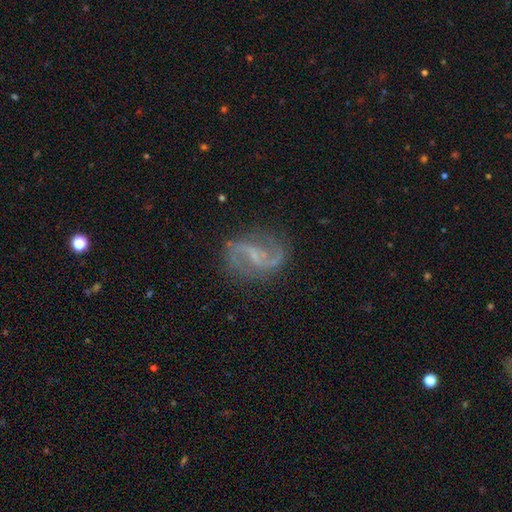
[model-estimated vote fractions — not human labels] Smooth or featured: featured or disk — 88% (star or artifact — 6%)
Edge-on disk: no — 98% (yes — 2%)
Bar: weak — 53% (no — 26%)
Spiral arms: yes — 96% (no — 4%)
Spiral winding: loose — 51% (medium — 40%)
Spiral arm count: 2 — 92% (can't tell — 3%)
Bulge size: small — 55% (none — 31%)
Merging: none — 79% (minor disturbance — 14%)